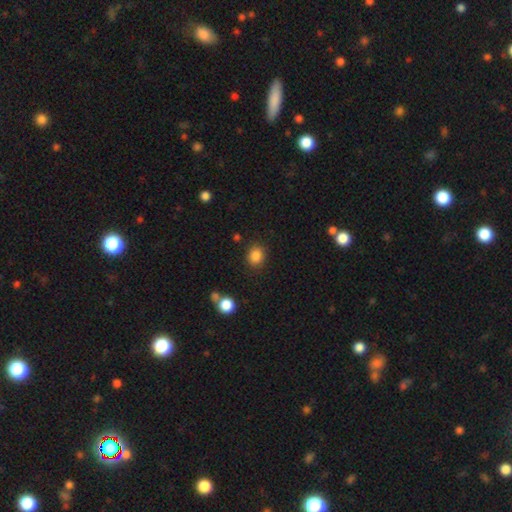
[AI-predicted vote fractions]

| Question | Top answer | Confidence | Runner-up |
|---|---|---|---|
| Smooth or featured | smooth | 85% | star or artifact (10%) |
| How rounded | round | 70% | in between (29%) |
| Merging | none | 86% | minor disturbance (9%) |